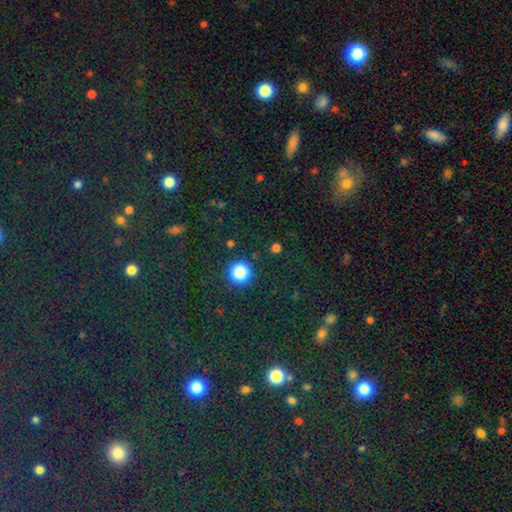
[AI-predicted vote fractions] A star or artifact, not a galaxy (66%).